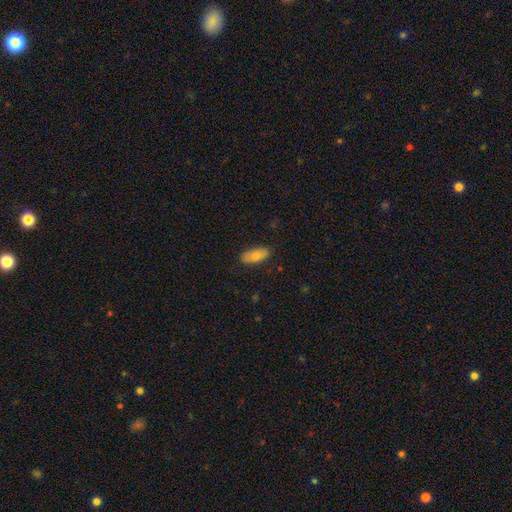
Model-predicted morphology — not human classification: Smooth or featured? Predicted: smooth (p=0.77). How rounded? Predicted: in between (p=0.87). Merging? Predicted: none (p=0.85).